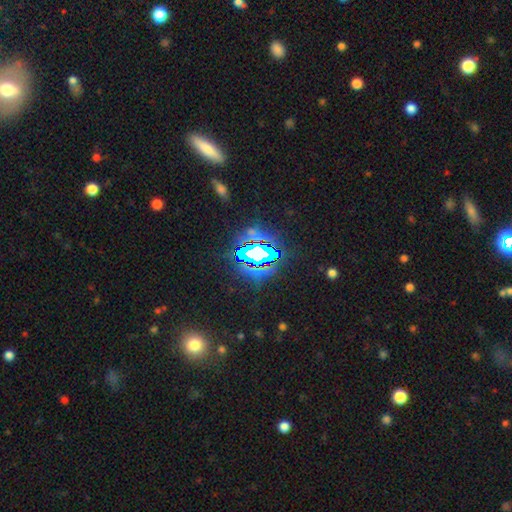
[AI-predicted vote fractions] Smooth or featured: star or artifact — 77% (smooth — 12%)